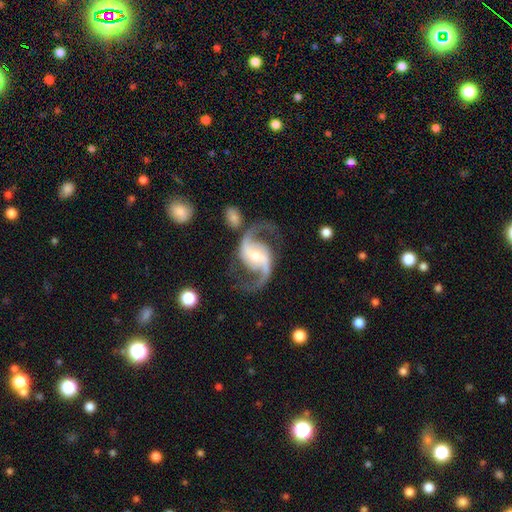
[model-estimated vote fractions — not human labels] featured or disk 93%, star or artifact 4%, smooth 3%. Down the decision tree: edge-on disk — no (98%); bar — weak (40%, tied with strong); spiral arms — yes (98%); spiral arm count — 2 (95%); spiral winding — loose (48%); bulge size — moderate (51%); merging — none (76%).